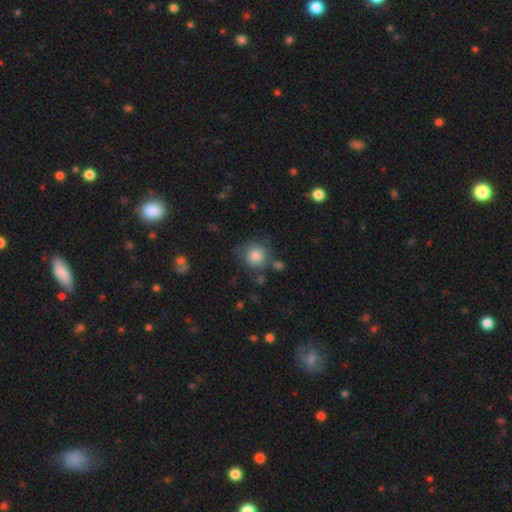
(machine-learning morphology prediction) A smooth galaxy with no disk features (82%) that is round (90%).

Vote fractions:
- Smooth or featured? smooth: 82% / featured or disk: 9% / star or artifact: 9%
- How rounded? round: 90% / in between: 9% / cigar-shaped: 1%
- Merging? none: 67% / minor disturbance: 19% / major disturbance: 7% / merger: 7%